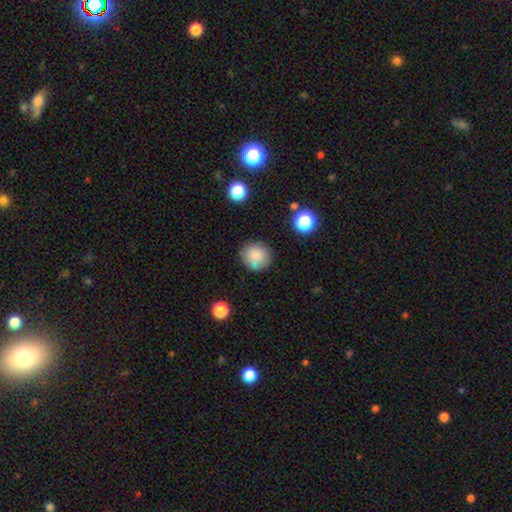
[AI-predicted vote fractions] This appears to be a smooth galaxy with no disk features (84%) that is round (90%). Merging: none (82%).